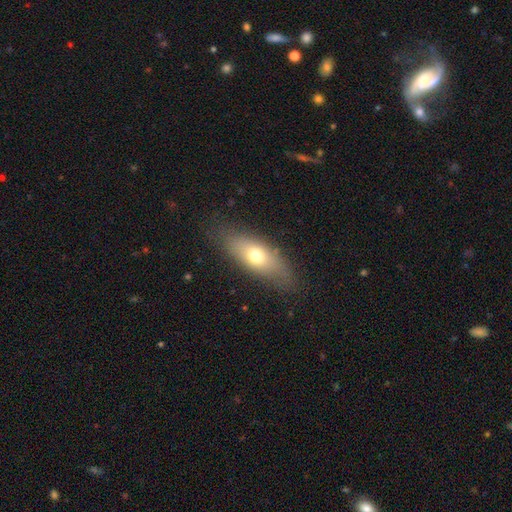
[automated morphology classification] smooth 65%, featured or disk 26%, star or artifact 8%. Down the decision tree: how rounded — in between (72%); merging — none (79%).